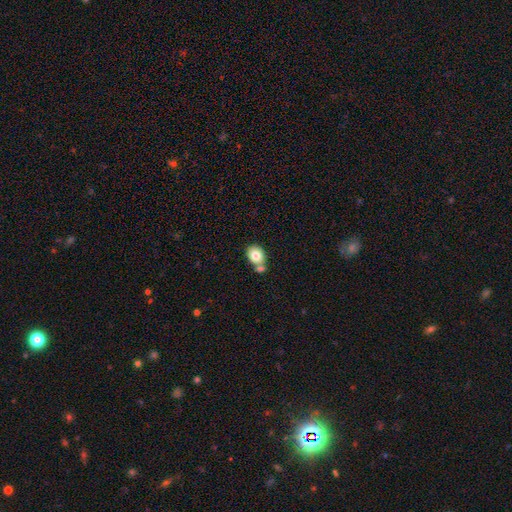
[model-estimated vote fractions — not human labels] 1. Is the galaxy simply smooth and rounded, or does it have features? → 80% smooth, 11% featured or disk, 9% star or artifact.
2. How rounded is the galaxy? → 54% round, 45% in between, 1% cigar-shaped.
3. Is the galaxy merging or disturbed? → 53% none, 33% merger, 12% minor disturbance, 3% major disturbance.